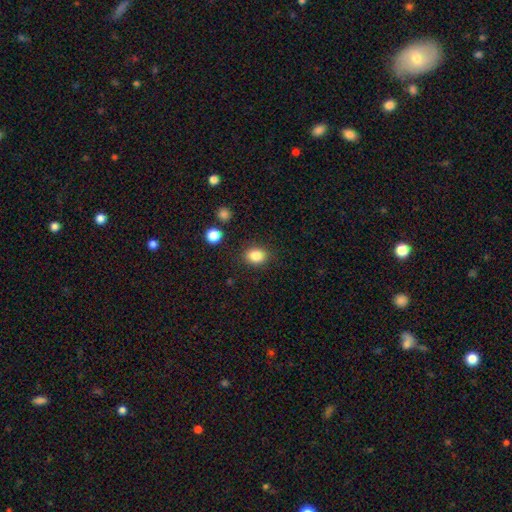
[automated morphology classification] smooth-or-featured: smooth: 86% | star or artifact: 10% | featured or disk: 5%
  how-rounded: in between: 56% | round: 43% | cigar-shaped: 1%
  merging: none: 86% | minor disturbance: 9% | major disturbance: 3% | merger: 2%